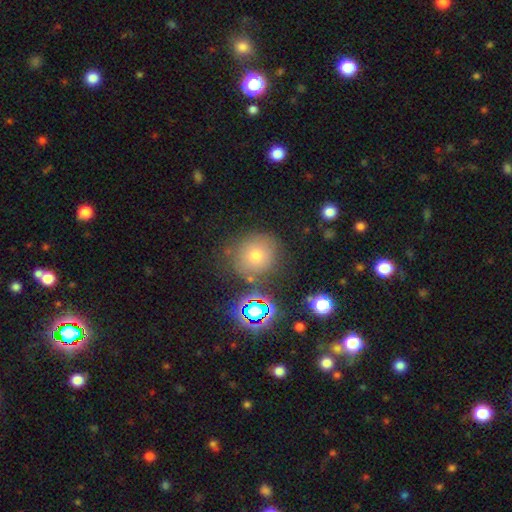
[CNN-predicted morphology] Smooth or featured? smooth (66%)
How rounded? round (84%)
Merging? none (75%)